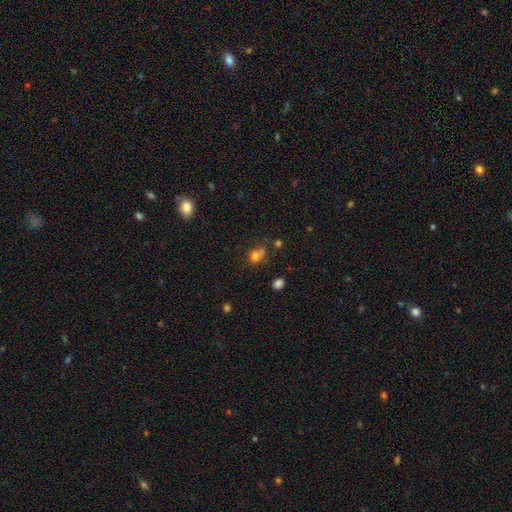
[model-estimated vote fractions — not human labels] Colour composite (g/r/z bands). It shows a smooth galaxy with no disk features (73%) that is round (57%). Merging: none (44%).